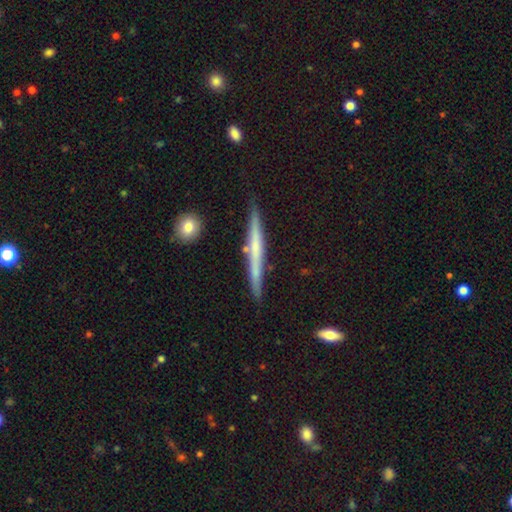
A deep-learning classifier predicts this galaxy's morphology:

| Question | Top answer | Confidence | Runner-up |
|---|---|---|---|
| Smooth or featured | featured or disk | 58% | smooth (36%) |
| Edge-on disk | yes | 96% | no (4%) |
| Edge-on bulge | none | 75% | rounded (18%) |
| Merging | none | 84% | minor disturbance (11%) |